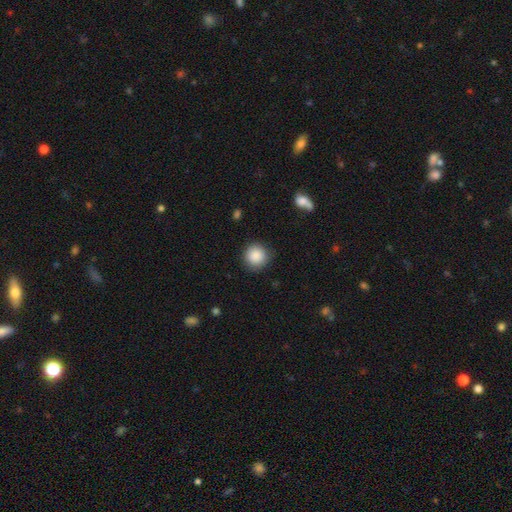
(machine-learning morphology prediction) Smooth or featured? Predicted: smooth (p=0.88). How rounded? Predicted: round (p=0.93). Merging? Predicted: none (p=0.89).